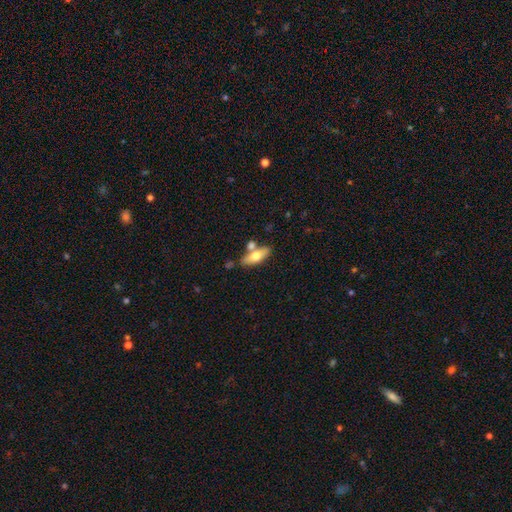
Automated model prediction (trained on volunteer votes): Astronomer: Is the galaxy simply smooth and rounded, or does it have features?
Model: smooth — 64%.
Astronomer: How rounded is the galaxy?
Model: in between — 66%.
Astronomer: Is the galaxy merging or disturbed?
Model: none — 65%.